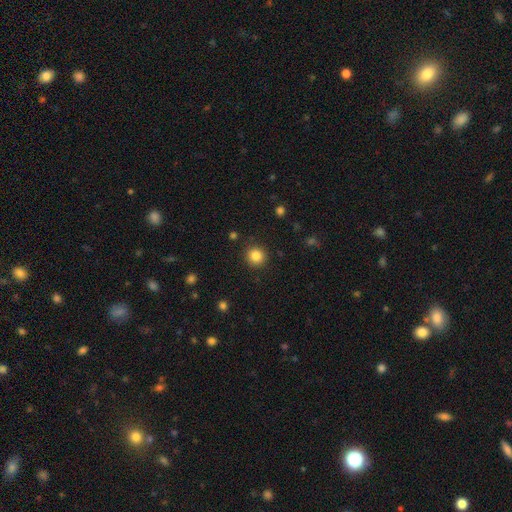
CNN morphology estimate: Smooth or featured: smooth — 85% (star or artifact — 11%)
How rounded: round — 93% (in between — 6%)
Merging: none — 90% (minor disturbance — 6%)